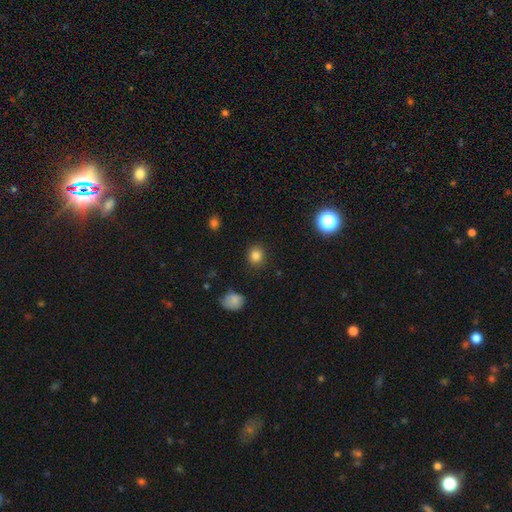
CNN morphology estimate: Smooth or featured: smooth — 84% (star or artifact — 12%)
How rounded: round — 86% (in between — 13%)
Merging: none — 89% (minor disturbance — 7%)